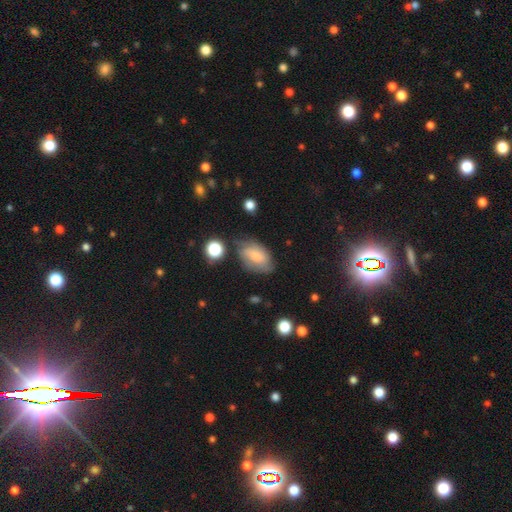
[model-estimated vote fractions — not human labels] A smooth galaxy with no disk features (59%) that is in between round and cigar-shaped (89%). Merging: none (54%).